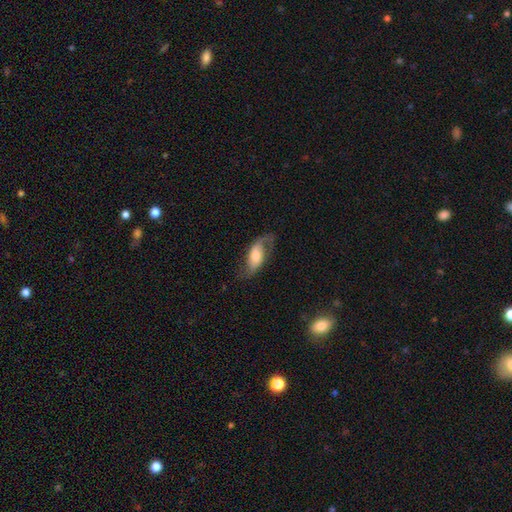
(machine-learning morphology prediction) A featured or disk galaxy (64%) with no bar (54%), 2 (81%) loose (63%) spiral arms (89%) and a moderate central bulge (53%).

Vote fractions:
- Smooth or featured? featured or disk: 64% / smooth: 30% / star or artifact: 7%
- Edge-on disk? no: 91% / yes: 9%
- Bar? no: 54% / weak: 32% / strong: 14%
- Spiral arms? yes: 89% / no: 11%
- Spiral winding? loose: 63% / medium: 29% / tight: 8%
- Spiral arm count? 2: 81% / 1: 11% / can't tell: 5% / 3: 1% / 4: 1% / more than 4: 1%
- Bulge size? moderate: 53% / small: 28% / large: 14% / none: 3% / dominant: 2%
- Merging? none: 62% / minor disturbance: 21% / major disturbance: 15% / merger: 2%